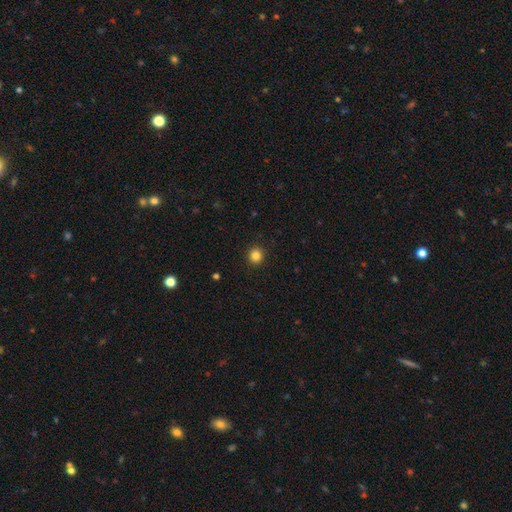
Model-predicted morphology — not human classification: smooth-or-featured: smooth: 84% | star or artifact: 12% | featured or disk: 4%
  how-rounded: round: 92% | in between: 7% | cigar-shaped: 1%
  merging: none: 92% | minor disturbance: 5% | major disturbance: 2% | merger: 1%